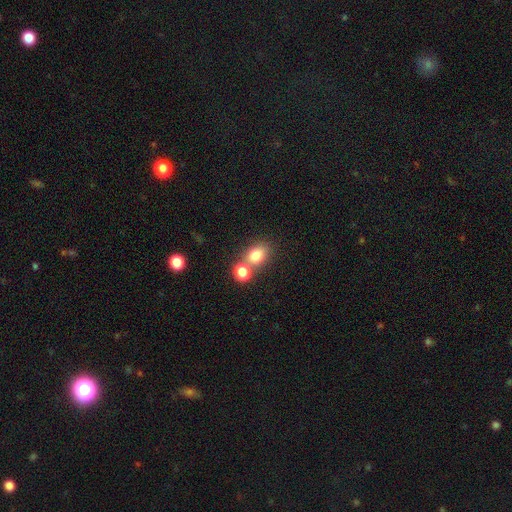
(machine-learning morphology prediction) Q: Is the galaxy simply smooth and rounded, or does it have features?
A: smooth — 80%.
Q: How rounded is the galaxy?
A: in between — 53%.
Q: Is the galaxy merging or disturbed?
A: none — 51%.